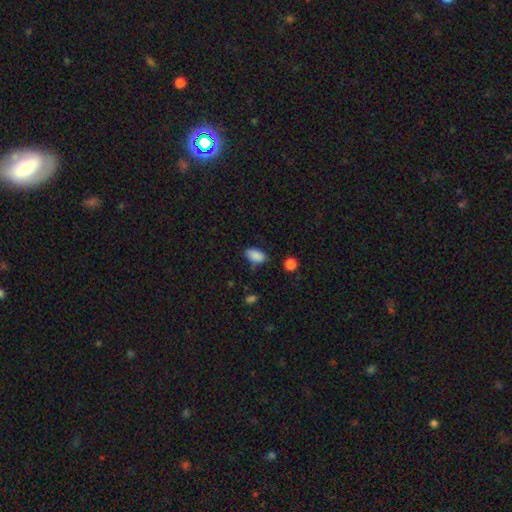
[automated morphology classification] smooth 87%, star or artifact 8%, featured or disk 4%. Down the decision tree: how rounded — in between (91%); merging — none (73%).